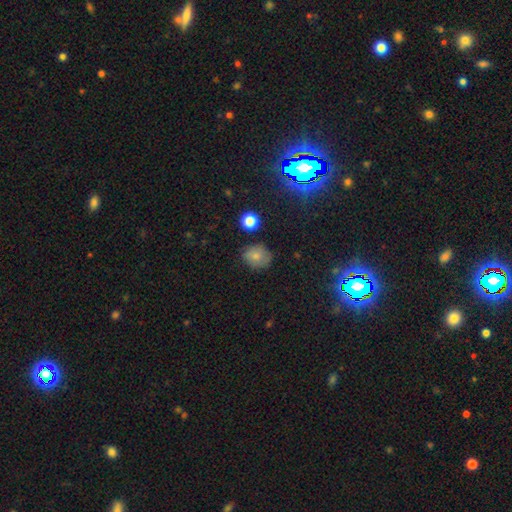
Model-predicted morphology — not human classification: Smooth or featured? Predicted: smooth (p=0.77). How rounded? Predicted: round (p=0.64). Merging? Predicted: none (p=0.73).